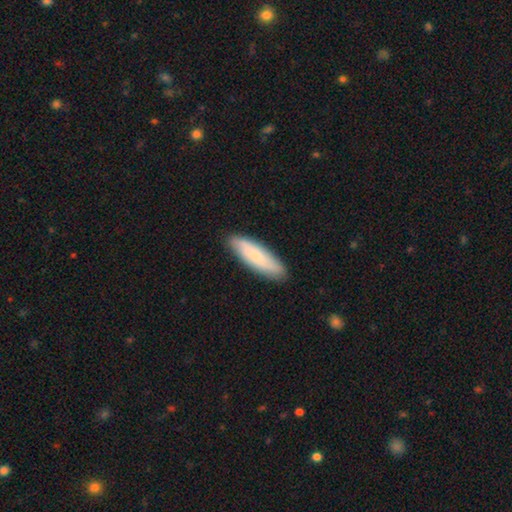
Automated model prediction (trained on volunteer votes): The model was most divided on "how rounded": cigar-shaped: 58%, in between: 40%, round: 2%. More confident: merging — none (87%); smooth or featured — smooth (68%).